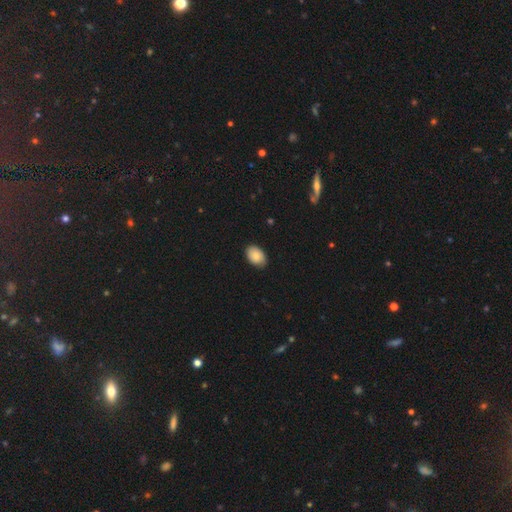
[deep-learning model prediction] The model was most divided on "merging": none: 83%, minor disturbance: 14%, major disturbance: 2%, merger: 1%. More confident: smooth or featured — smooth (85%); how rounded — in between (85%).